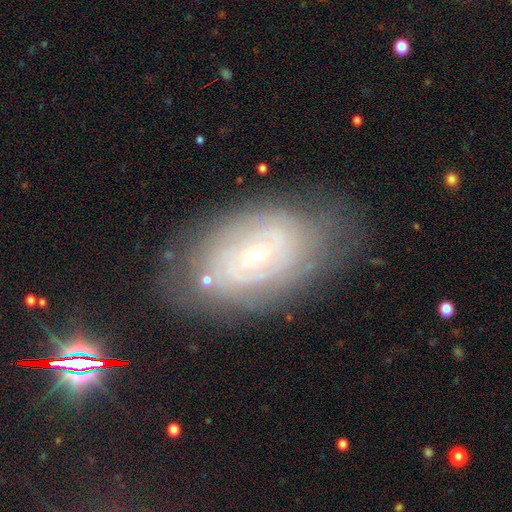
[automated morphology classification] Smooth or featured? featured or disk (74%)
Edge-on disk? no (95%)
Bar? no (65%)
Spiral arms? yes (82%)
Spiral winding? tight (75%)
Spiral arm count? can't tell (56%)
Bulge size? small (82%)
Merging? none (74%)